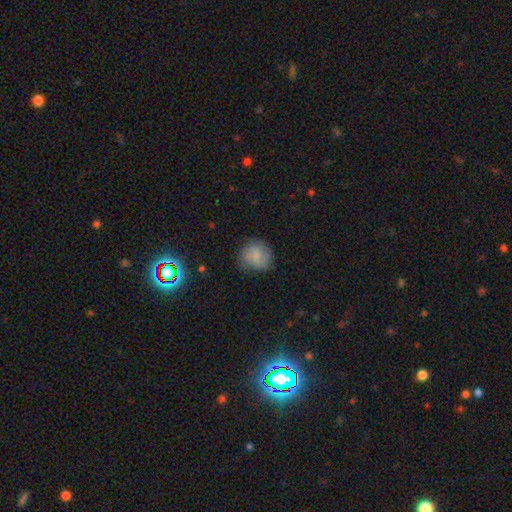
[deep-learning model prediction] smooth-or-featured: smooth: 77% | featured or disk: 14% | star or artifact: 9%
  how-rounded: round: 83% | in between: 17% | cigar-shaped: 1%
  merging: none: 71% | minor disturbance: 21% | major disturbance: 6% | merger: 1%